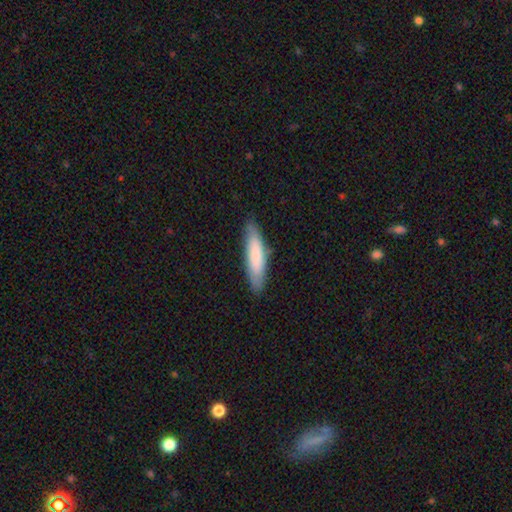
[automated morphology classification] Overall: smooth (78%). How rounded: cigar-shaped (76%). Merging: none (87%).